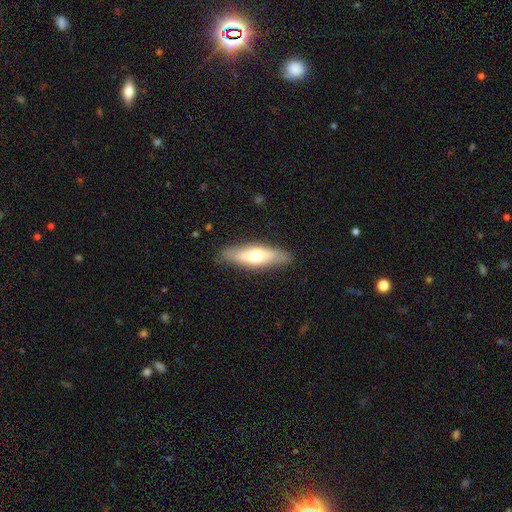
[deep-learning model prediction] Smooth or featured: smooth — 55% (featured or disk — 40%)
How rounded: cigar-shaped — 52% (in between — 46%)
Merging: none — 84% (minor disturbance — 12%)